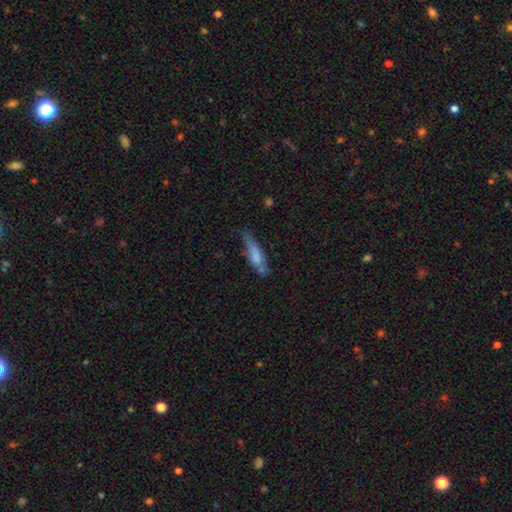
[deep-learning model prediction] A smooth galaxy with no disk features (68%) that is cigar-shaped (65%). Merging: none (39%).